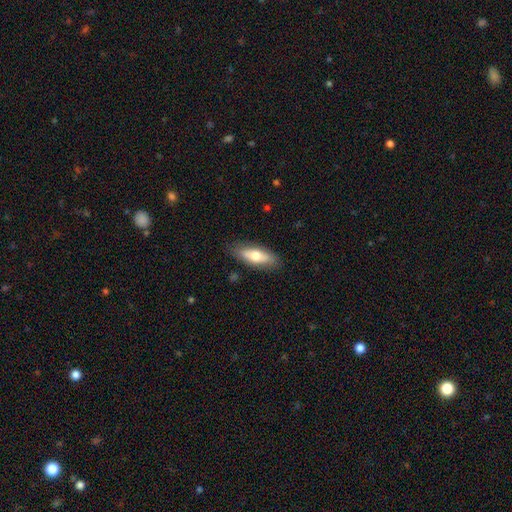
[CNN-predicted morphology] This appears to be a smooth galaxy with no disk features (65%) that is in between round and cigar-shaped (62%). Merging: none (84%).